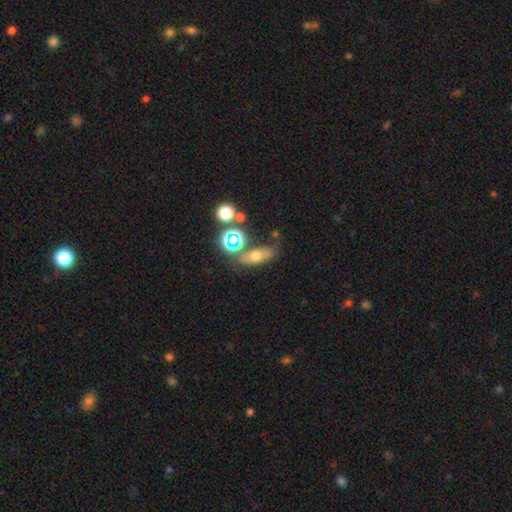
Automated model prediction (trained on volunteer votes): Smooth or featured? Predicted: smooth (p=0.53). How rounded? Predicted: in between (p=0.61). Merging? Predicted: none (p=0.60).